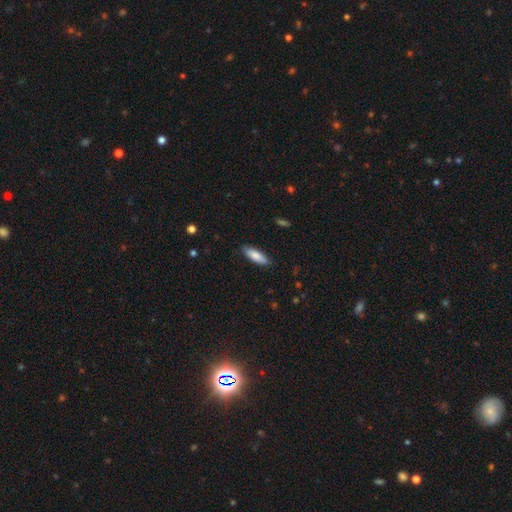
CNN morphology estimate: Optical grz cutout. It shows a smooth galaxy with no disk features (83%) that is in between round and cigar-shaped (53%). Merging: none (86%).